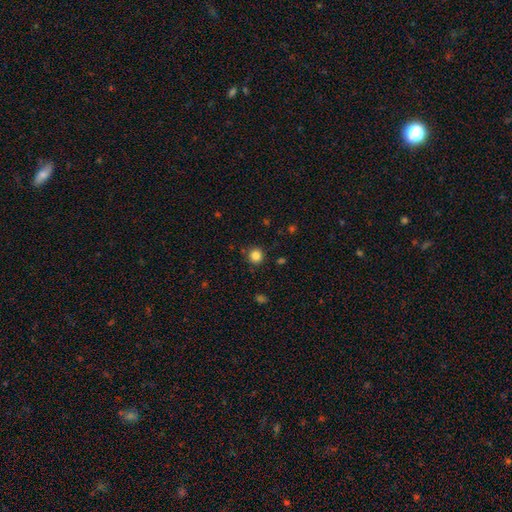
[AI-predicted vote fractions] Overall: smooth (84%). How rounded: round (94%). Merging: none (88%).